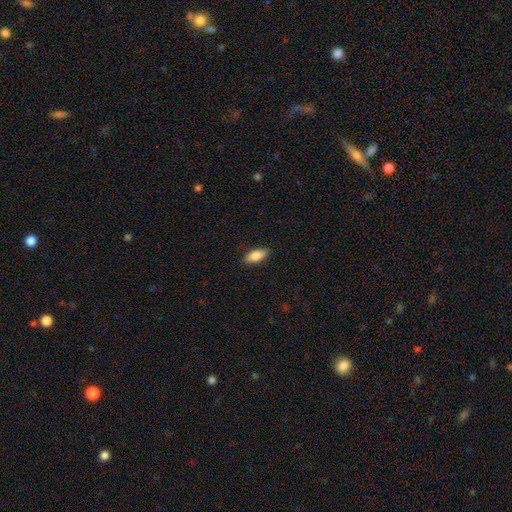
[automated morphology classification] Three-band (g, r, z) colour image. It shows a smooth galaxy with no disk features (84%) that is in between round and cigar-shaped (84%). Merging: none (88%).